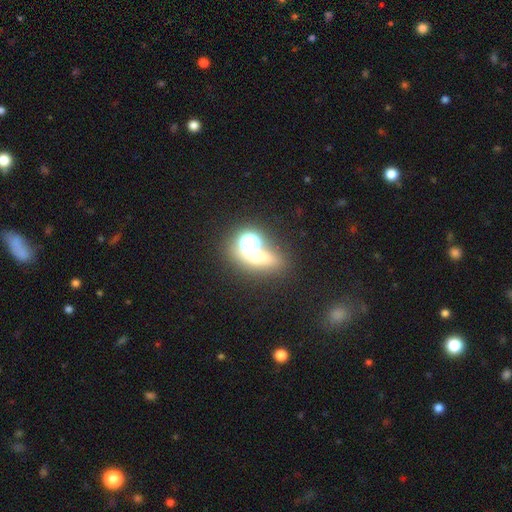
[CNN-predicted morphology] A smooth galaxy with no disk features (44%). Merging: none (58%).